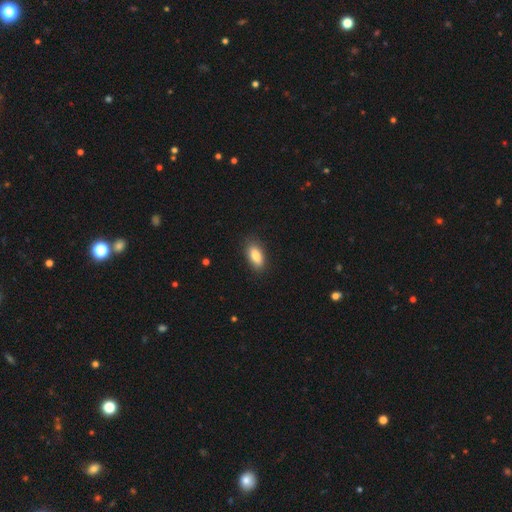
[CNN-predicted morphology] type=smooth (84%); roundness=in between (85%); merging=none (84%).